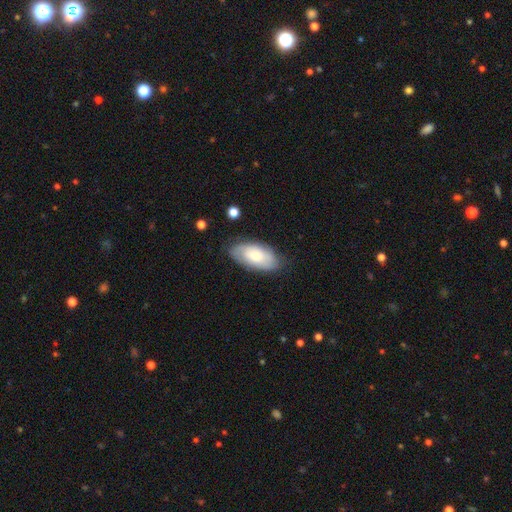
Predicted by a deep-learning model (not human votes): Smooth or featured: smooth — 60% (featured or disk — 34%)
How rounded: in between — 93% (cigar-shaped — 4%)
Merging: none — 76% (minor disturbance — 18%)